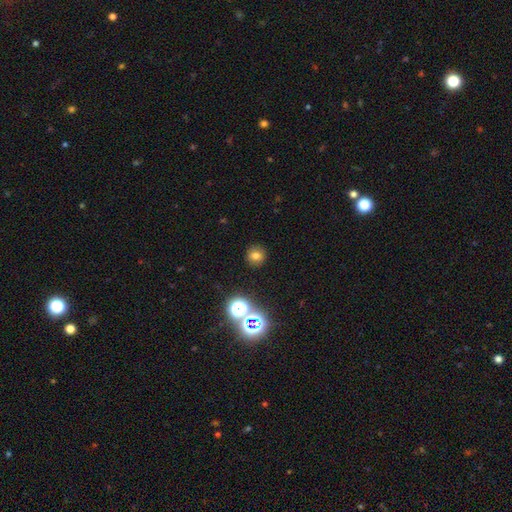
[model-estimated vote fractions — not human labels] smooth-or-featured: smooth: 71% | star or artifact: 20% | featured or disk: 8%
  how-rounded: round: 91% | in between: 8% | cigar-shaped: 1%
  merging: none: 89% | minor disturbance: 6% | major disturbance: 2% | merger: 2%